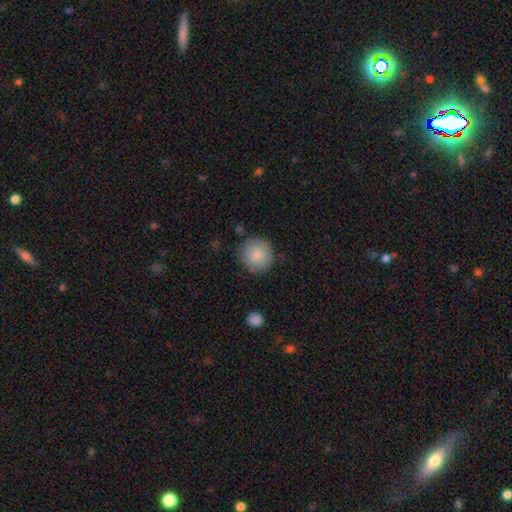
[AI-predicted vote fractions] A smooth galaxy with no disk features (85%) that is round (94%).

Vote fractions:
- Smooth or featured? smooth: 85% / featured or disk: 8% / star or artifact: 7%
- How rounded? round: 94% / in between: 5% / cigar-shaped: 1%
- Merging? none: 86% / minor disturbance: 10% / major disturbance: 3% / merger: 2%